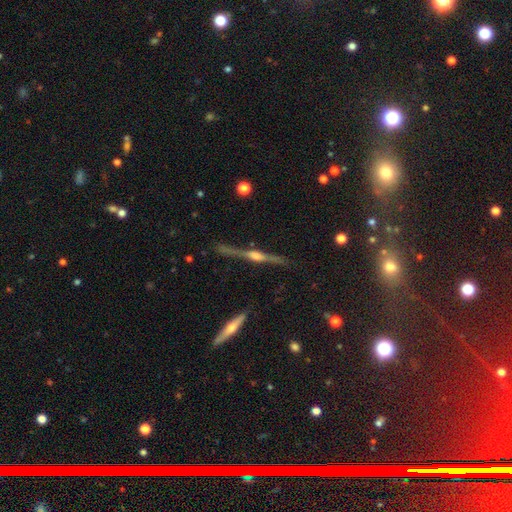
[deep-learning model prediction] Q: Smooth or featured?
A: featured or disk (85%); runner-up: smooth (9%)
Q: Edge-on disk?
A: yes (98%); runner-up: no (2%)
Q: Edge-on bulge?
A: rounded (84%); runner-up: boxy (12%)
Q: Merging?
A: none (83%); runner-up: minor disturbance (12%)